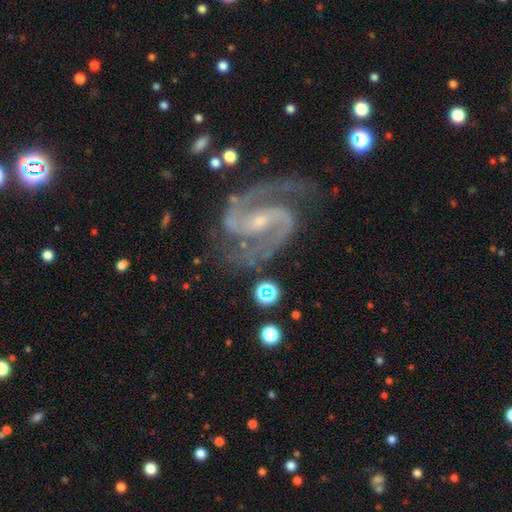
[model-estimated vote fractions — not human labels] Smooth or featured: featured or disk — 93% (star or artifact — 4%)
Edge-on disk: no — 98% (yes — 2%)
Bar: weak — 43% (strong — 34%)
Spiral arms: yes — 99% (no — 1%)
Spiral winding: medium — 65% (tight — 23%)
Spiral arm count: 2 — 93% (3 — 2%)
Bulge size: small — 71% (moderate — 22%)
Merging: none — 76% (minor disturbance — 16%)